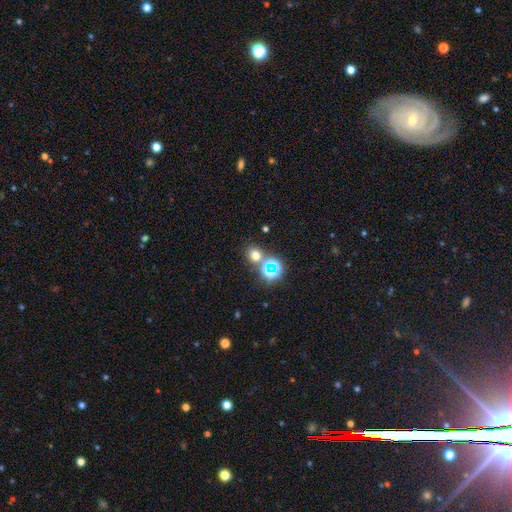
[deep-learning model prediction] A smooth galaxy with no disk features (63%) that is round (74%).

Vote fractions:
- Smooth or featured? smooth: 63% / star or artifact: 29% / featured or disk: 8%
- How rounded? round: 74% / in between: 25% / cigar-shaped: 1%
- Merging? none: 72% / merger: 17% / minor disturbance: 8% / major disturbance: 4%